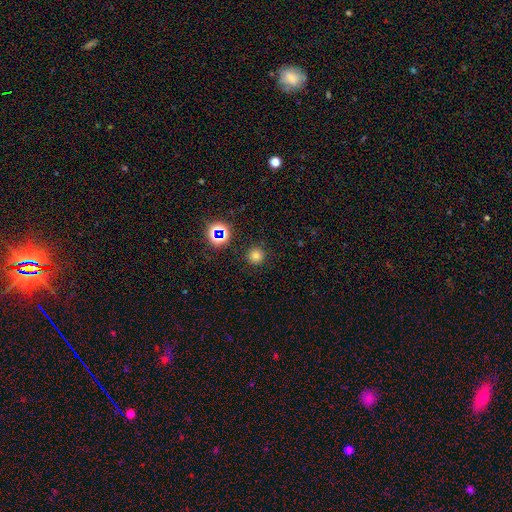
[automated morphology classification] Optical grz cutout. It shows a smooth galaxy with no disk features (73%) that is round (95%). Merging: none (89%).